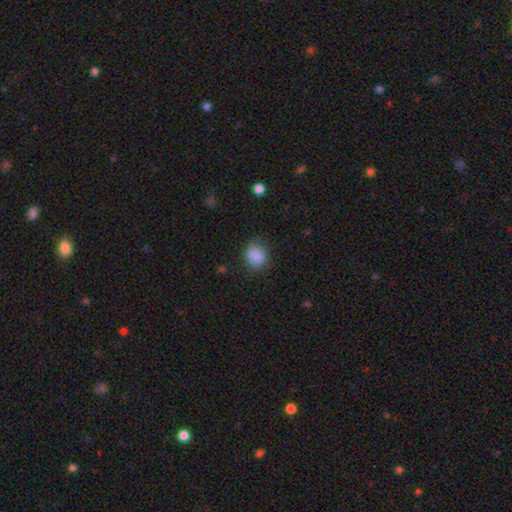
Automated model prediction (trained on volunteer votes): This is clearly a smooth galaxy (88%). How rounded: likely round (66%). Merging: clearly none (80%).